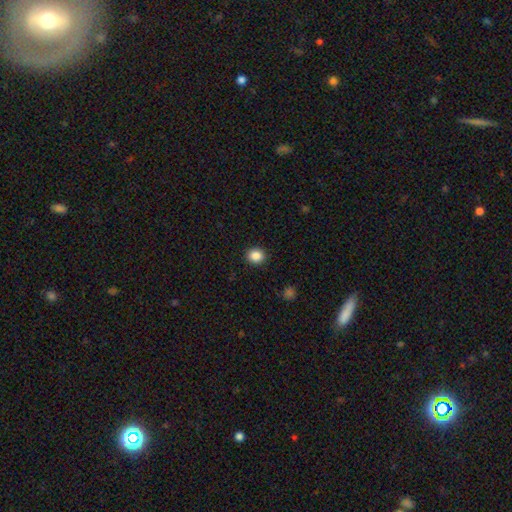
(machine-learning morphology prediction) smooth 87%, star or artifact 10%, featured or disk 3%. Down the decision tree: how rounded — round (81%); merging — none (91%).